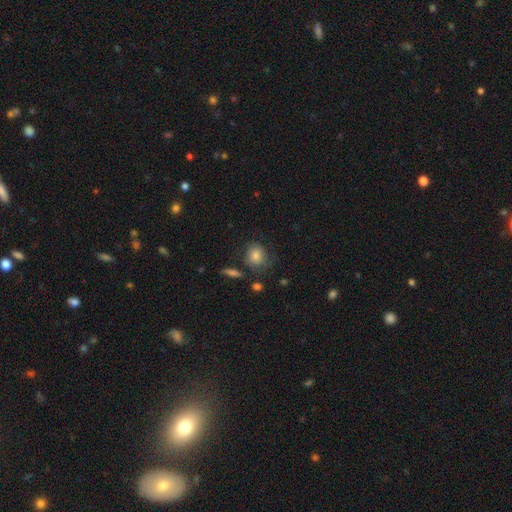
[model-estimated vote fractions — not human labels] smooth 71%, featured or disk 18%, star or artifact 10%. Down the decision tree: how rounded — round (64%); merging — none (63%).